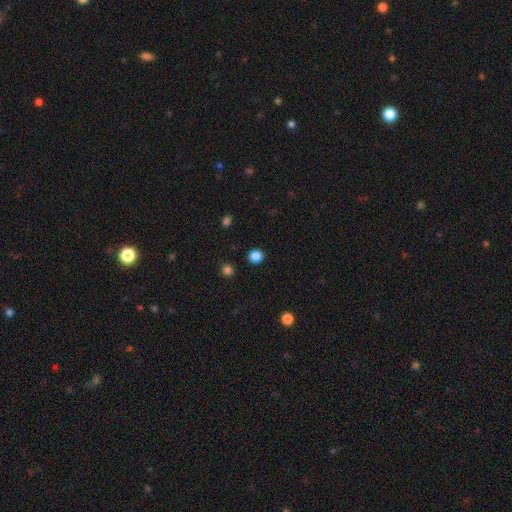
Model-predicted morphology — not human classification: Overall: smooth (86%). How rounded: round (75%). Merging: none (90%).